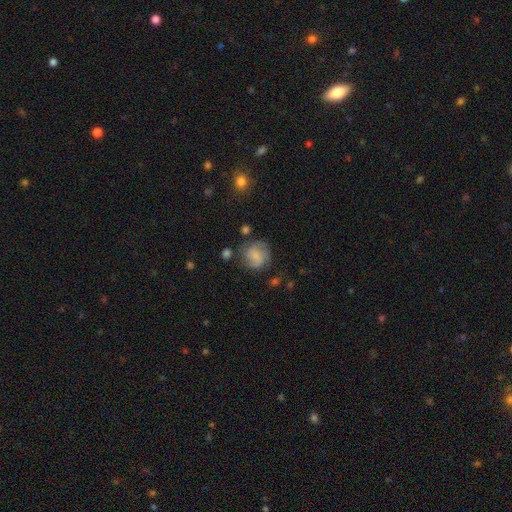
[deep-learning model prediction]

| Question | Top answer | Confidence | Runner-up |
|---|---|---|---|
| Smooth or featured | smooth | 61% | featured or disk (30%) |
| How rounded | round | 83% | in between (16%) |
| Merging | none | 64% | minor disturbance (22%) |